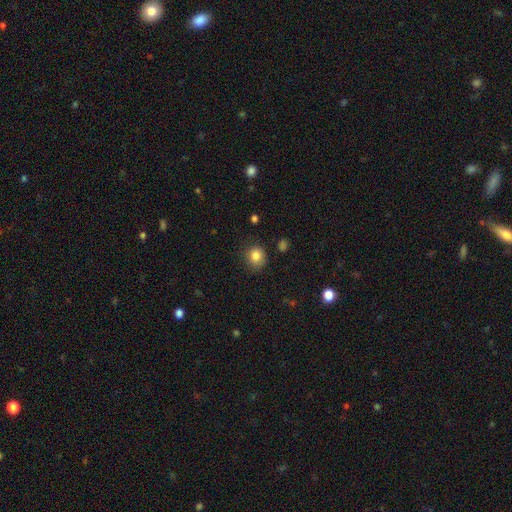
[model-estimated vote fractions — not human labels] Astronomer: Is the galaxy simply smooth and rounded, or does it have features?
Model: smooth — 84%.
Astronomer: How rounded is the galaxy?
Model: round — 78%.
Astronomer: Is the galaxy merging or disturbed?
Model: none — 80%.